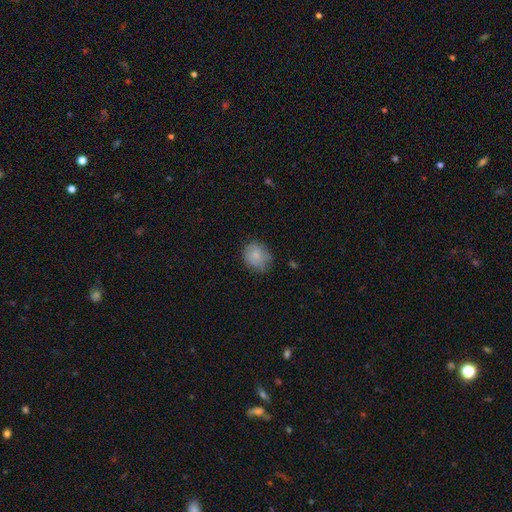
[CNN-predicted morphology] This is likely a smooth galaxy (74%). How rounded: likely round (62%). Merging: likely none (64%).